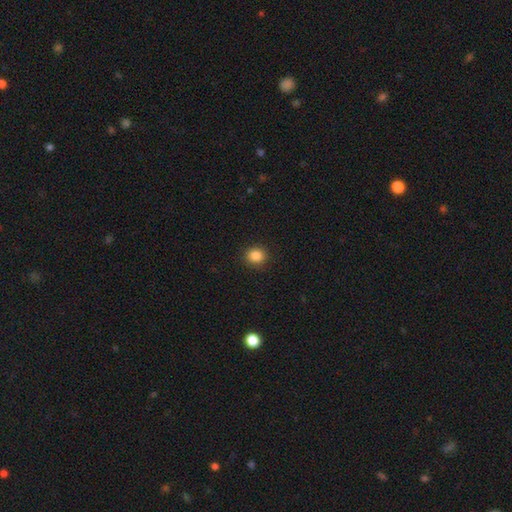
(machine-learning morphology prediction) smooth_or_featured: smooth (p=0.86) [alt: star or artifact p=0.11]
how_rounded: round (p=0.83) [alt: in between p=0.16]
merging: none (p=0.90) [alt: minor disturbance p=0.07]